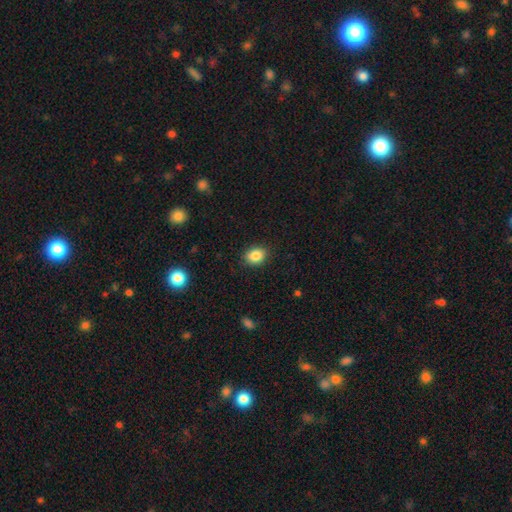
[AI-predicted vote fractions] smooth-or-featured: smooth: 86% | star or artifact: 9% | featured or disk: 5%
  how-rounded: in between: 56% | round: 43% | cigar-shaped: 1%
  merging: none: 88% | minor disturbance: 9% | major disturbance: 2% | merger: 1%